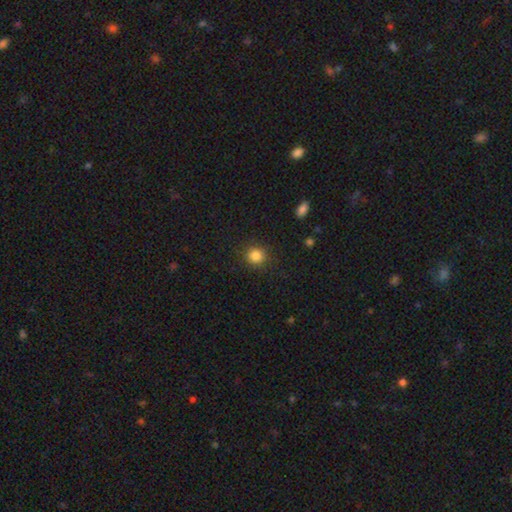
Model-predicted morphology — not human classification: type=smooth (85%); roundness=round (90%); merging=none (89%).